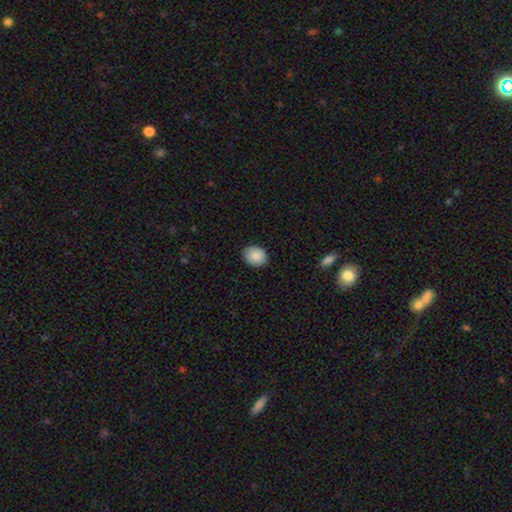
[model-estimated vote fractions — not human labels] This is clearly a smooth galaxy (89%). How rounded: possibly round (57%). Merging: clearly none (86%).